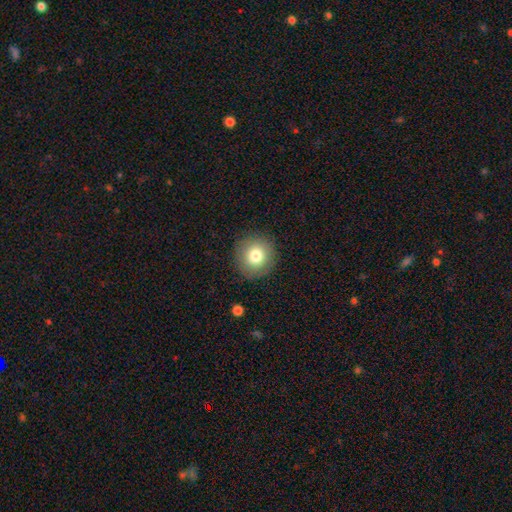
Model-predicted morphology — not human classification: Overall: smooth (78%). How rounded: round (92%). Merging: none (89%).